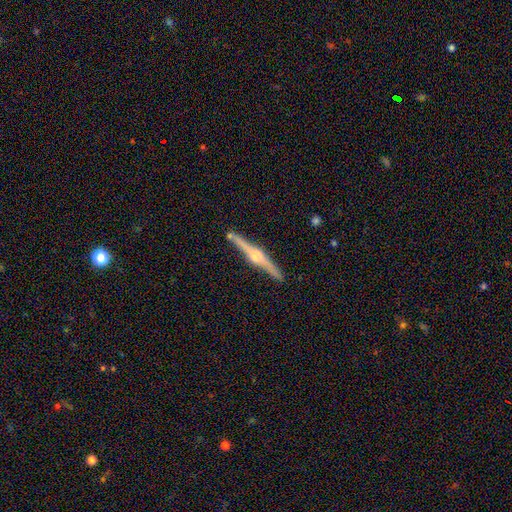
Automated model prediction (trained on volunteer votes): A featured or disk galaxy (85%) viewed edge-on (98%) with a rounded central bulge (93%). Merging: none (90%).